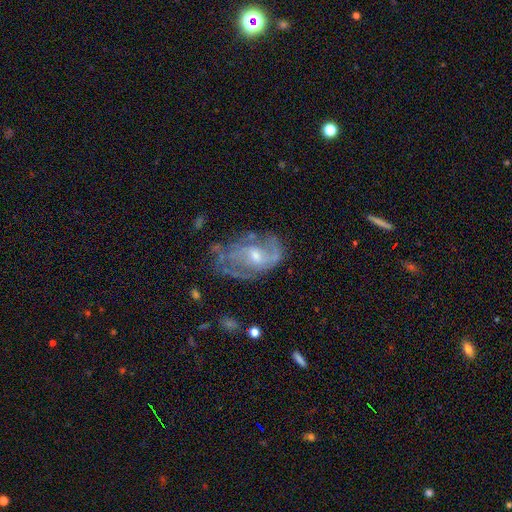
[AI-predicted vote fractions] A featured or disk galaxy (76%) with no bar (56%), 2 (42%) medium (42%) spiral arms (77%) and a moderate central bulge (49%). Merging: none (53%).